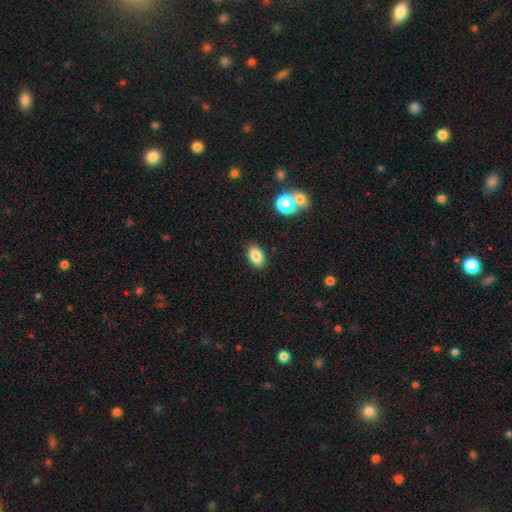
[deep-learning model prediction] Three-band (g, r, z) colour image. It shows a smooth galaxy with no disk features (84%) that is in between round and cigar-shaped (89%). Merging: none (86%).